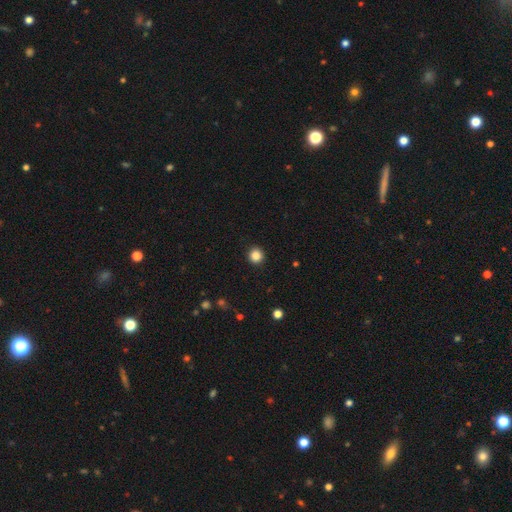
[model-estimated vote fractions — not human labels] smooth_or_featured: smooth (p=0.85) [alt: star or artifact p=0.11]
how_rounded: round (p=0.94) [alt: in between p=0.05]
merging: none (p=0.93) [alt: minor disturbance p=0.05]